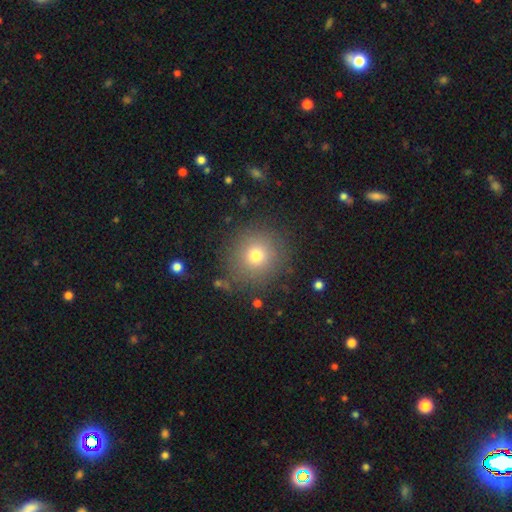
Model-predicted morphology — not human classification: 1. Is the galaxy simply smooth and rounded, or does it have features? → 73% smooth, 16% star or artifact, 11% featured or disk.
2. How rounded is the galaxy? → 93% round, 7% in between, 1% cigar-shaped.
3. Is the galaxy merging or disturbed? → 85% none, 9% minor disturbance, 4% major disturbance, 2% merger.